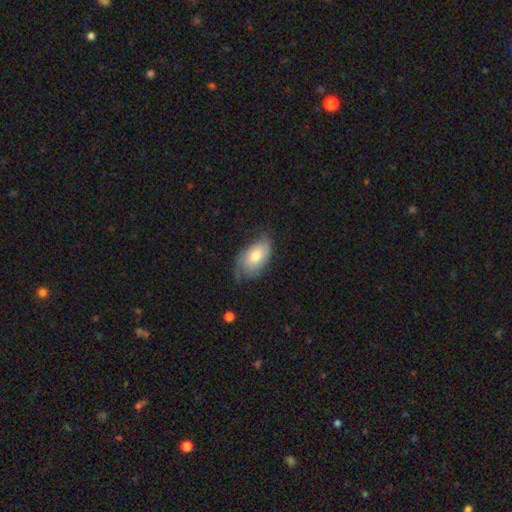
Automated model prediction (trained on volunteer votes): smooth 61%, featured or disk 33%, star or artifact 7%. Down the decision tree: how rounded — in between (91%); merging — none (51%).